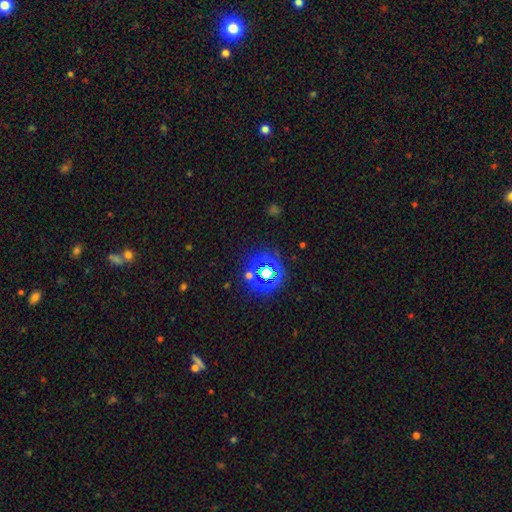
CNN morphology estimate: type=star or artifact (53%).